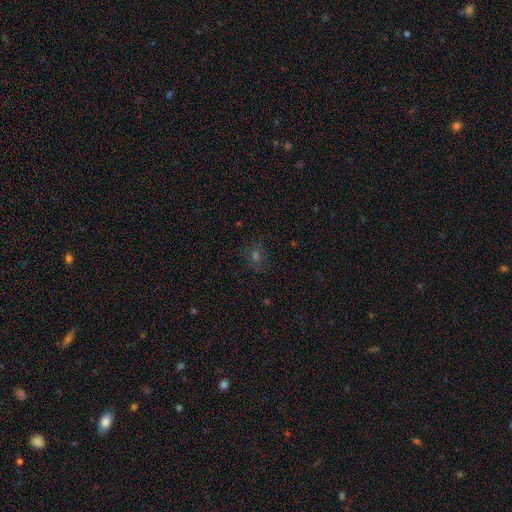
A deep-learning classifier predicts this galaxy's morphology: smooth 43%, star or artifact 40%, featured or disk 17%. Down the decision tree: merging — none (78%).